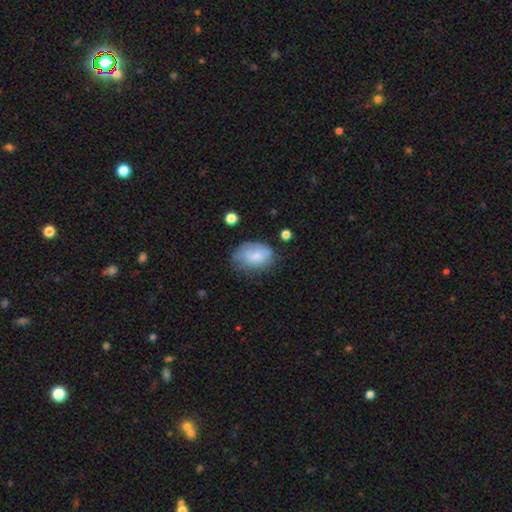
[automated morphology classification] type=smooth (73%); roundness=in between (80%); merging=none (54%).